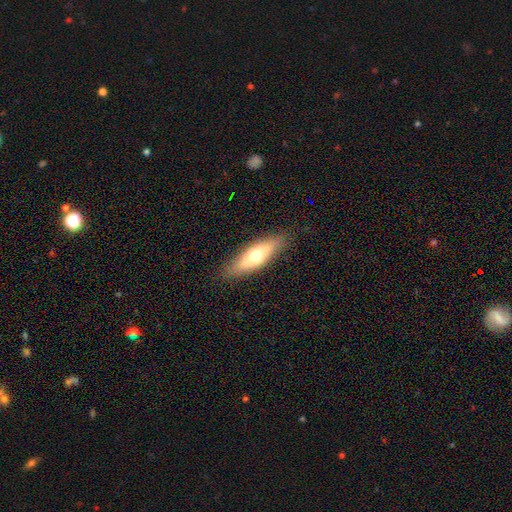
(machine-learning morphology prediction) Smooth or featured? smooth (59%)
How rounded? in between (53%)
Merging? none (85%)